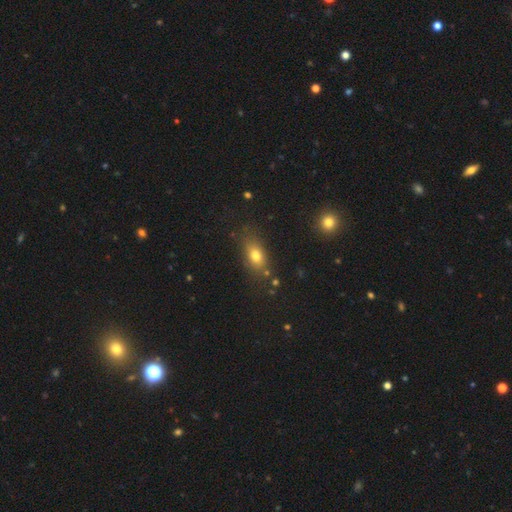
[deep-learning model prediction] A smooth galaxy with no disk features (76%) that is in between round and cigar-shaped (78%).

Vote fractions:
- Smooth or featured? smooth: 76% / featured or disk: 12% / star or artifact: 12%
- How rounded? in between: 78% / round: 15% / cigar-shaped: 7%
- Merging? none: 75% / minor disturbance: 15% / major disturbance: 6% / merger: 4%